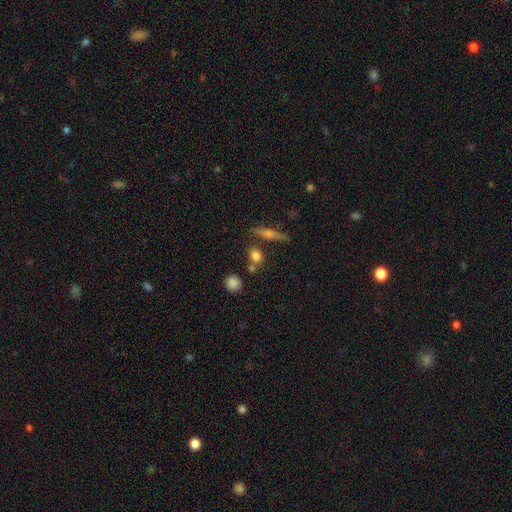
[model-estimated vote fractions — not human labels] A smooth galaxy with no disk features (76%) that is in between round and cigar-shaped (47%). Merging: none (67%).